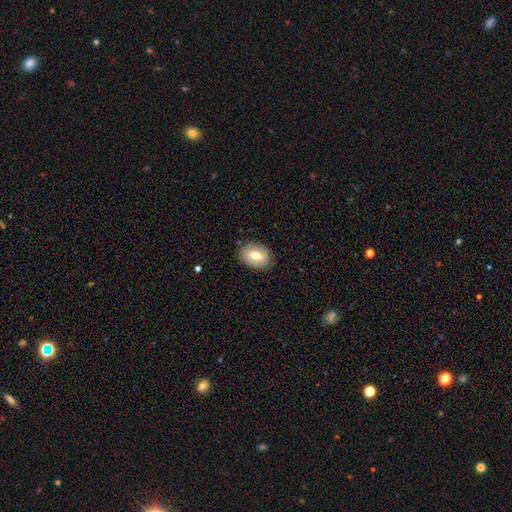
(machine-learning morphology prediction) smooth_or_featured: smooth (p=0.61) [alt: featured or disk p=0.32]
how_rounded: in between (p=0.77) [alt: round p=0.22]
merging: none (p=0.85) [alt: minor disturbance p=0.11]